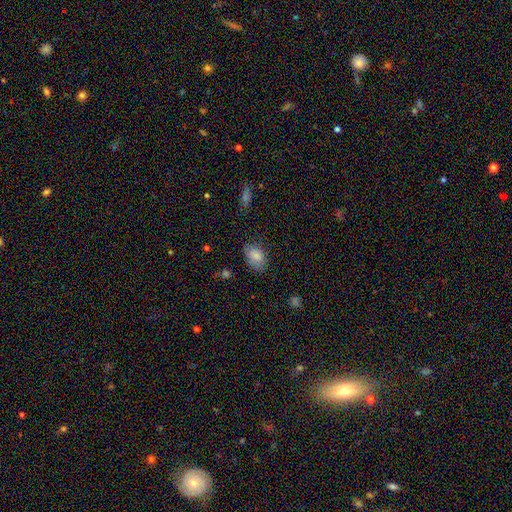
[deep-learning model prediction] smooth 85%, star or artifact 8%, featured or disk 7%. Down the decision tree: how rounded — in between (88%); merging — none (69%).